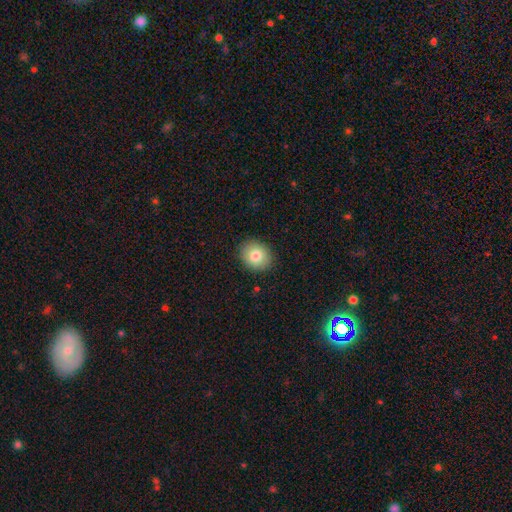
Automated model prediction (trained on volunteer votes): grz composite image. It shows a smooth galaxy with no disk features (82%) that is round (63%). Merging: none (90%).